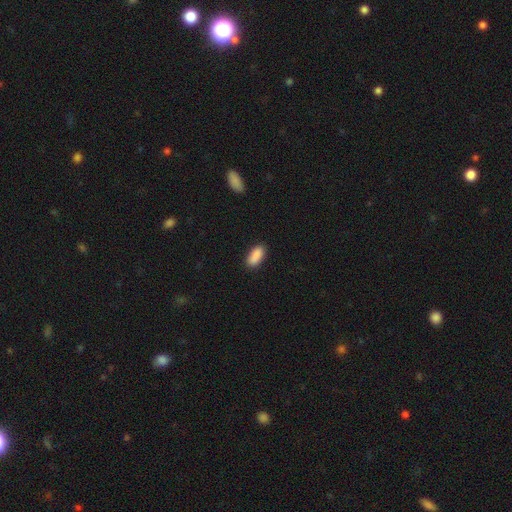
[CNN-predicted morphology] smooth 90%, star or artifact 7%, featured or disk 3%. Down the decision tree: how rounded — in between (86%); merging — none (87%).